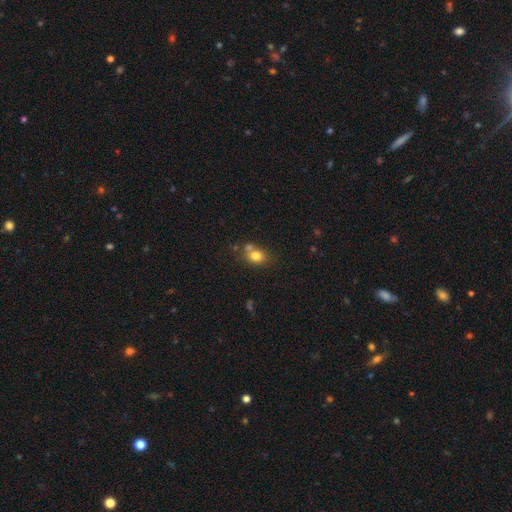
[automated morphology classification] Smooth or featured? smooth (77%)
How rounded? in between (50%)
Merging? none (53%)